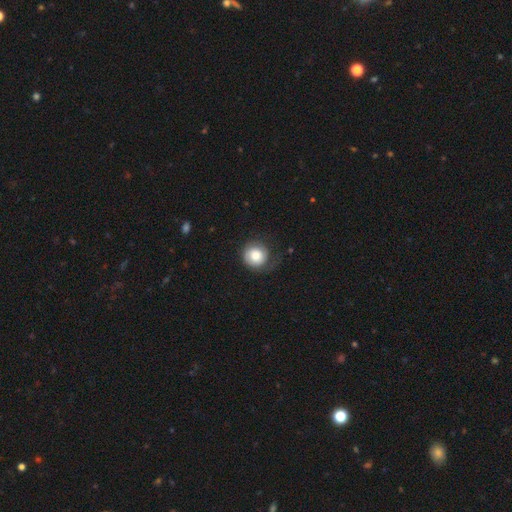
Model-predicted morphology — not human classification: Overall: smooth (76%). How rounded: round (92%). Merging: none (60%; minor disturbance 23%).